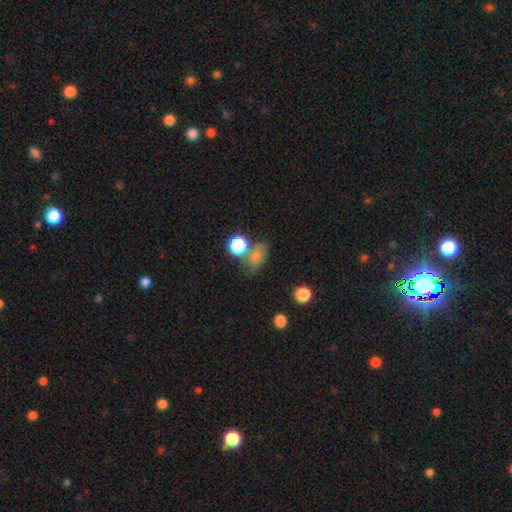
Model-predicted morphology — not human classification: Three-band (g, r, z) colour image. It shows a smooth galaxy with no disk features (67%) that is in between round and cigar-shaped (63%). Merging: none (54%).